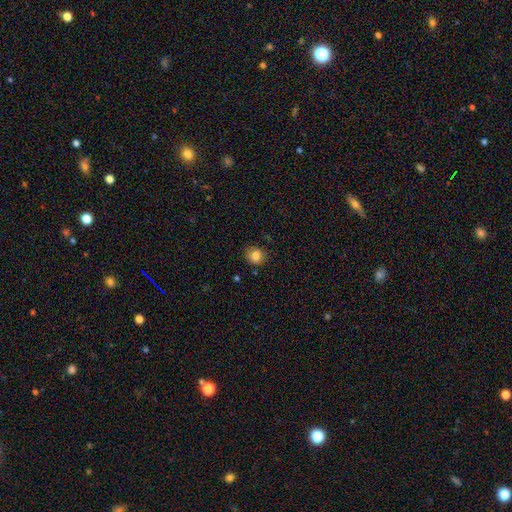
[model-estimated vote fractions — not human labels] A smooth galaxy with no disk features (83%) that is round (76%). Merging: none (79%).